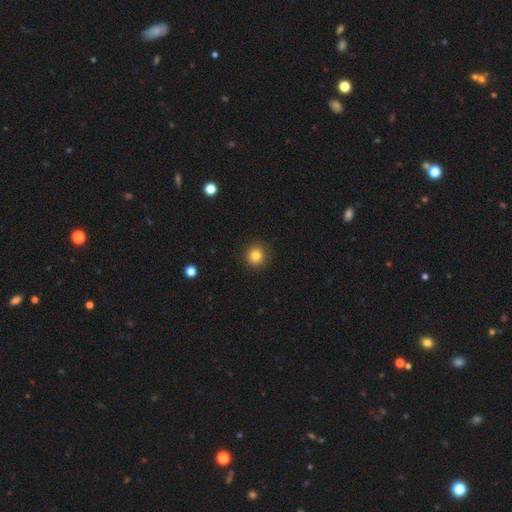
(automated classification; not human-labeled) smooth_or_featured: smooth (p=0.82) [alt: star or artifact p=0.12]
how_rounded: round (p=0.94) [alt: in between p=0.06]
merging: none (p=0.91) [alt: minor disturbance p=0.06]